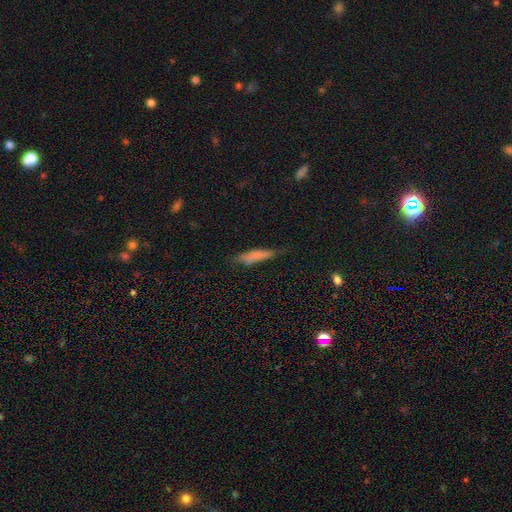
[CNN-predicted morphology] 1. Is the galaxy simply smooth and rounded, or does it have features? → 73% smooth, 18% featured or disk, 9% star or artifact.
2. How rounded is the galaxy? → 77% cigar-shaped, 21% in between, 2% round.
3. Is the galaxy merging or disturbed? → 60% none, 29% minor disturbance, 8% major disturbance, 3% merger.